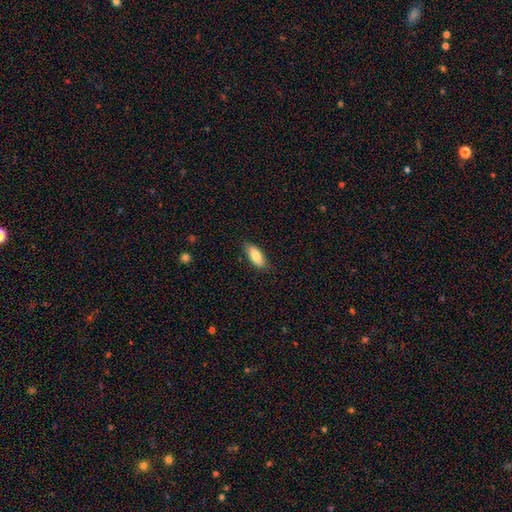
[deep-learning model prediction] Smooth or featured? Predicted: smooth (p=0.83). How rounded? Predicted: in between (p=0.77). Merging? Predicted: none (p=0.82).